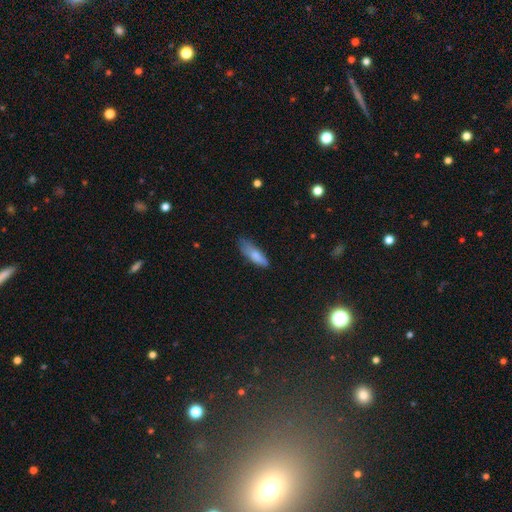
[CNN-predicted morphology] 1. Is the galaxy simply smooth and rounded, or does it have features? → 79% smooth, 14% featured or disk, 7% star or artifact.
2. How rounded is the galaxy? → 49% cigar-shaped (tied), 49% in between (tied), 2% round.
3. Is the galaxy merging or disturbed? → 59% none, 31% minor disturbance, 9% major disturbance, 2% merger.